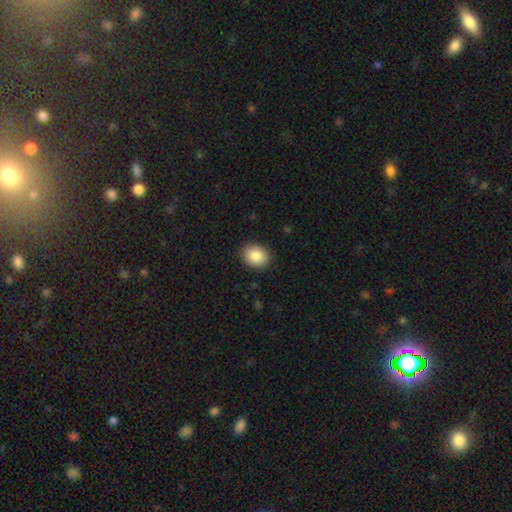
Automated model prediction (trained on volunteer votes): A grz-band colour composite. It shows a smooth galaxy with no disk features (87%) that is in between round and cigar-shaped (50%). Merging: none (90%).